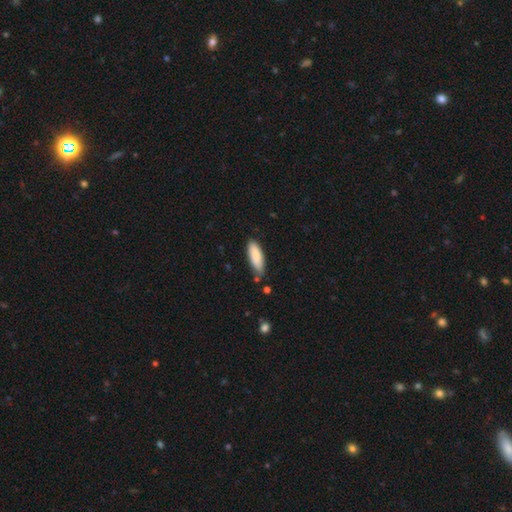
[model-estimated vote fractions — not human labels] Overall: smooth (87%). How rounded: in between (58%; cigar-shaped 41%). Merging: none (69%).